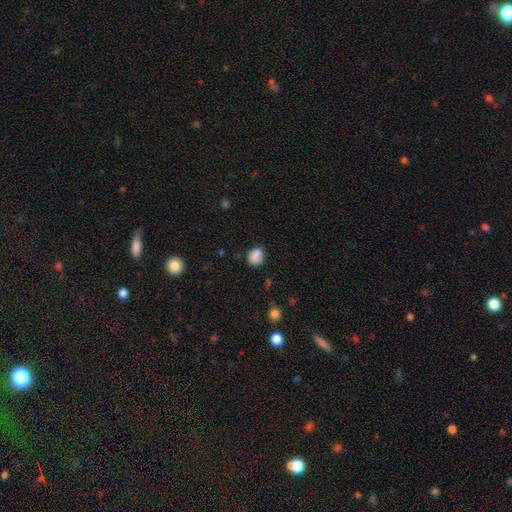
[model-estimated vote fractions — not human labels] The model was most divided on "how rounded": round: 52%, in between: 47%, cigar-shaped: 1%. More confident: smooth or featured — smooth (86%); merging — none (72%).